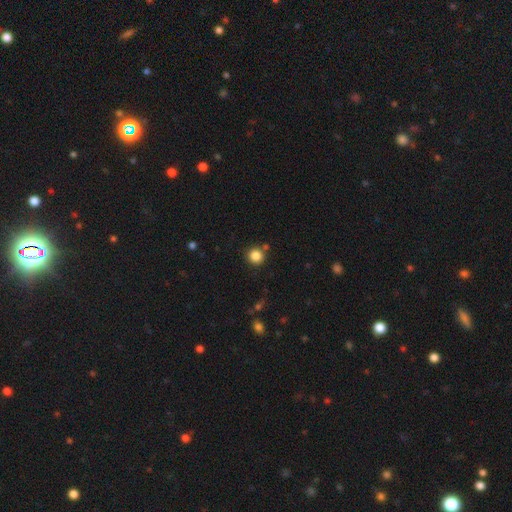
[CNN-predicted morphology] The model was most divided on "smooth or featured": smooth: 85%, star or artifact: 11%, featured or disk: 4%. More confident: how rounded — round (93%); merging — none (84%).